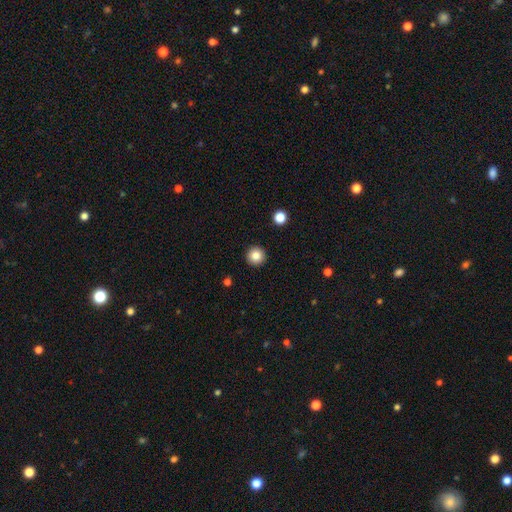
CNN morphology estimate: Q: Smooth or featured?
A: smooth (84%); runner-up: star or artifact (10%)
Q: How rounded?
A: round (96%); runner-up: in between (3%)
Q: Merging?
A: none (93%); runner-up: minor disturbance (4%)